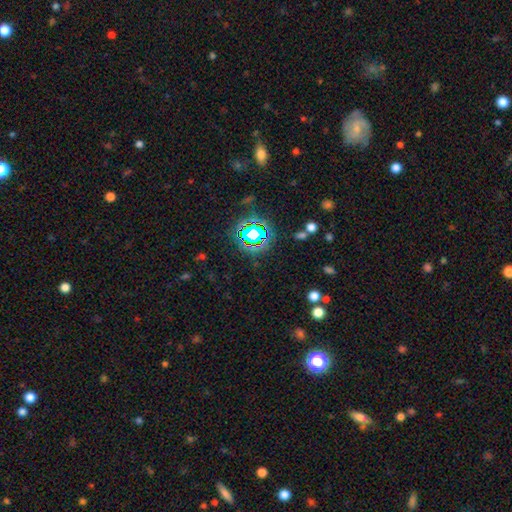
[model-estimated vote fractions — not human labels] smooth_or_featured: star or artifact (p=0.76) [alt: smooth p=0.15]